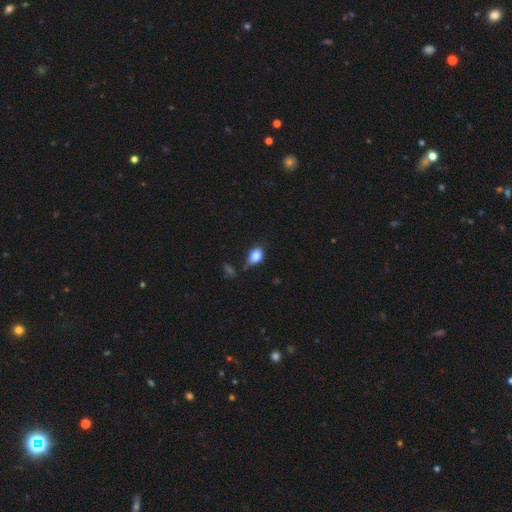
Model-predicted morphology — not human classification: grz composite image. It shows a smooth galaxy with no disk features (82%) that is in between round and cigar-shaped (68%). Merging: none (63%).